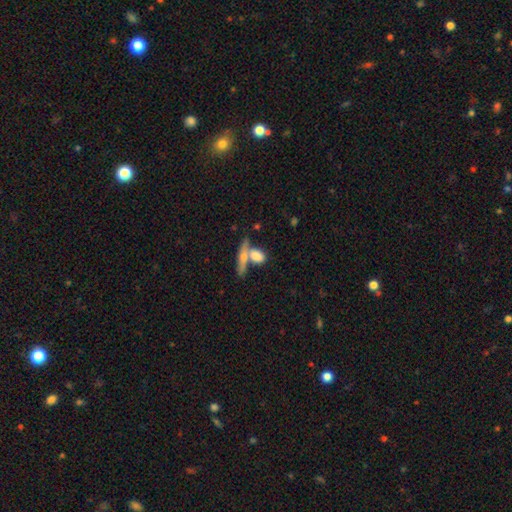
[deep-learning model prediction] Smooth or featured: smooth — 70% (featured or disk — 22%)
How rounded: in between — 62% (round — 20%)
Merging: merger — 44% (none — 39%)